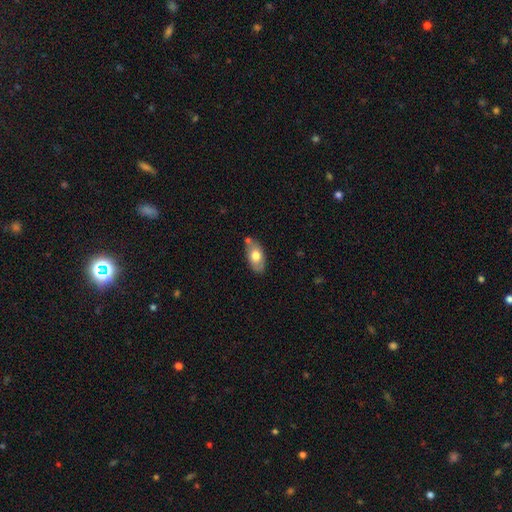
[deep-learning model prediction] smooth 68%, featured or disk 26%, star or artifact 6%. Down the decision tree: how rounded — in between (92%); merging — none (66%).